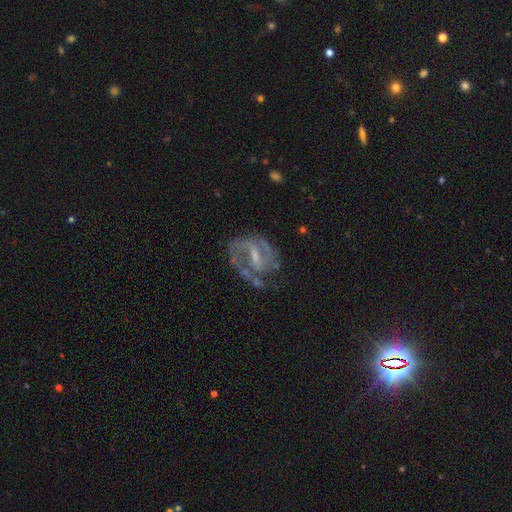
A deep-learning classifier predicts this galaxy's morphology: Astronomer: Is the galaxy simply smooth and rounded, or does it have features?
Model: featured or disk — 84%.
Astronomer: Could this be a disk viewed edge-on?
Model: no — 97%.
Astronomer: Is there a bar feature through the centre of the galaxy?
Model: weak — 53% (runner-up: strong, 29%).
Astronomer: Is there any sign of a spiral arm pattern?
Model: yes — 91%.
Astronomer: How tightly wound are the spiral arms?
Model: medium — 51% (runner-up: tight, 31%).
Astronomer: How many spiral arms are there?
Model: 2 — 64%.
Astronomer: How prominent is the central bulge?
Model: small — 45% (runner-up: moderate, 33%).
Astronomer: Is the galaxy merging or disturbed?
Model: none — 53%.